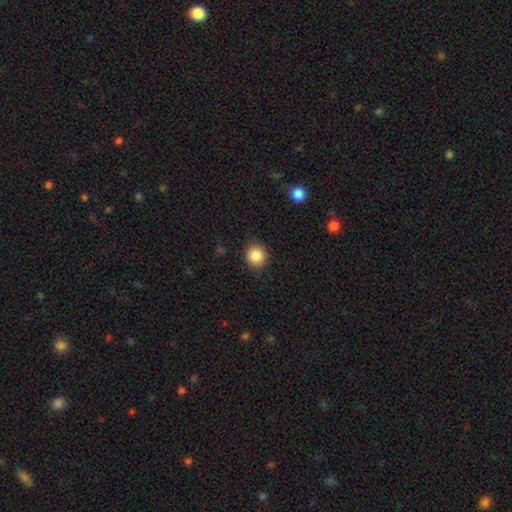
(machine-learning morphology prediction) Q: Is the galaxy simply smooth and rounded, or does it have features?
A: smooth — 87%.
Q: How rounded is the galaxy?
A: round — 86%.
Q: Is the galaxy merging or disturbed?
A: none — 89%.